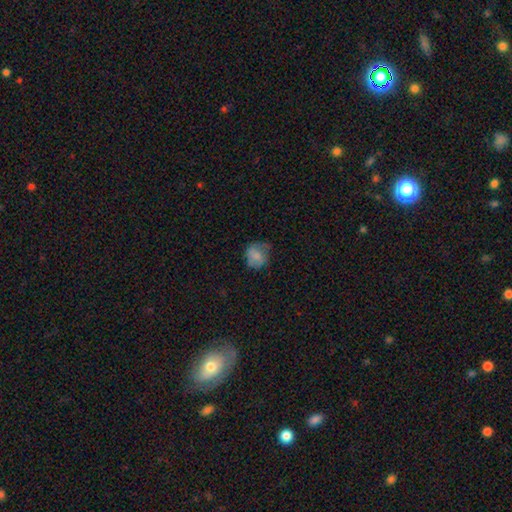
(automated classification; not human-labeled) Smooth or featured? smooth (73%)
How rounded? round (70%)
Merging? none (53%)